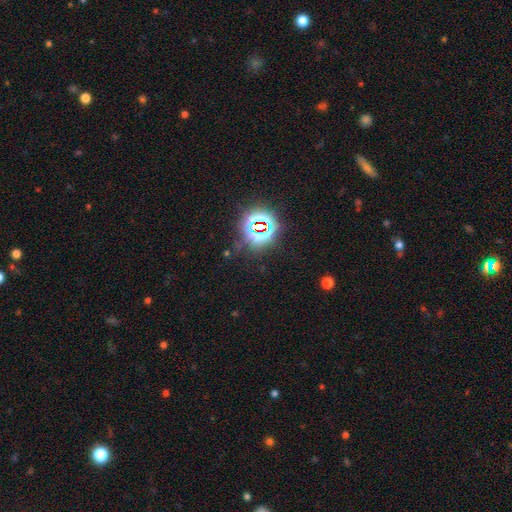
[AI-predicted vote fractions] The model was most divided on "smooth or featured": star or artifact: 81%, smooth: 12%, featured or disk: 7%.